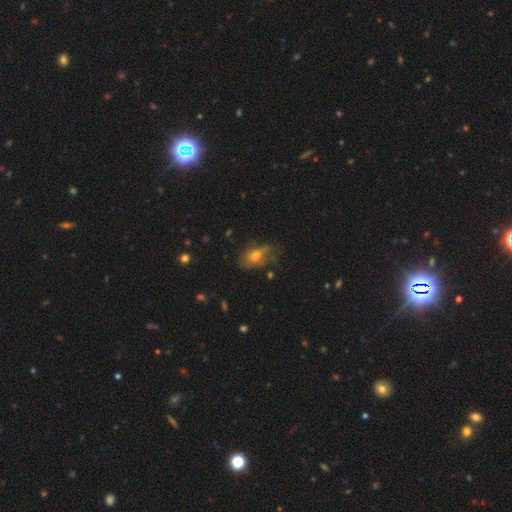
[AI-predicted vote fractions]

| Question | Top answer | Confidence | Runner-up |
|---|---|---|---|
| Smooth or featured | smooth | 59% | featured or disk (30%) |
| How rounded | in between | 82% | round (14%) |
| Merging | none | 47% | minor disturbance (32%) |